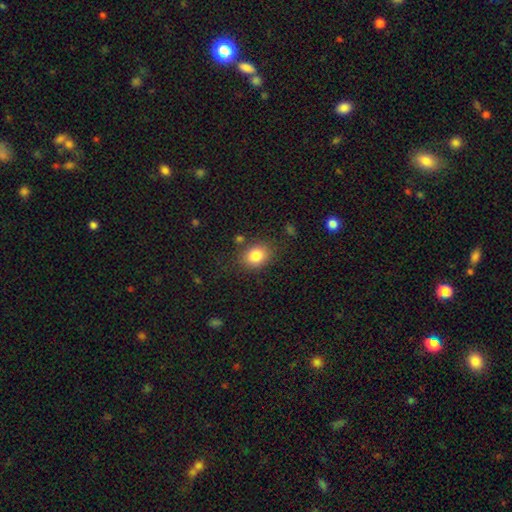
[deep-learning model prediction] A smooth galaxy with no disk features (84%) that is in between round and cigar-shaped (56%).

Vote fractions:
- Smooth or featured? smooth: 84% / star or artifact: 9% / featured or disk: 7%
- How rounded? in between: 56% / round: 43% / cigar-shaped: 1%
- Merging? none: 79% / minor disturbance: 13% / major disturbance: 4% / merger: 3%